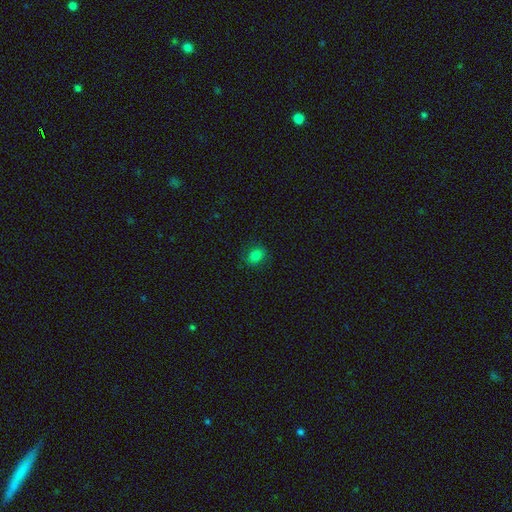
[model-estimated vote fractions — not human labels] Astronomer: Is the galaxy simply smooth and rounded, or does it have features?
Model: smooth — 81%.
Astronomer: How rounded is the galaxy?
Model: in between — 51% (runner-up: round, 48%).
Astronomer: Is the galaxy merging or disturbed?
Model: none — 84%.